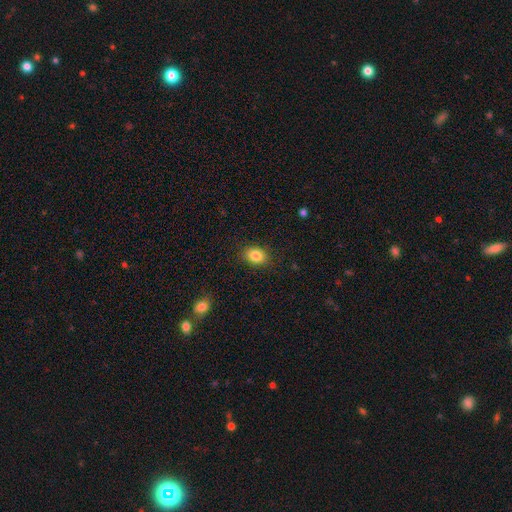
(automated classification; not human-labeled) Smooth or featured? smooth (85%)
How rounded? in between (69%)
Merging? none (87%)